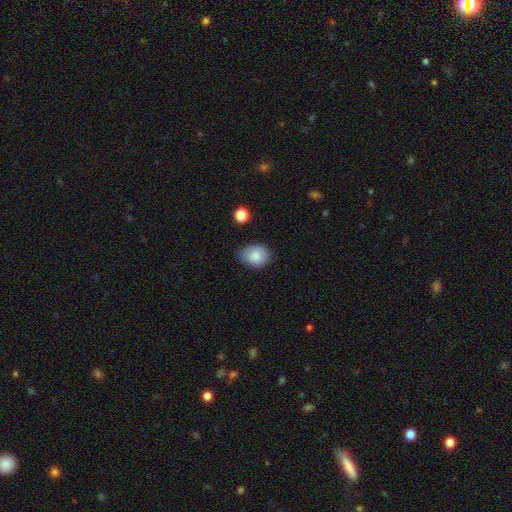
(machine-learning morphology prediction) smooth_or_featured: smooth (p=0.85) [alt: star or artifact p=0.08]
how_rounded: in between (p=0.58) [alt: round p=0.41]
merging: none (p=0.61) [alt: minor disturbance p=0.31]